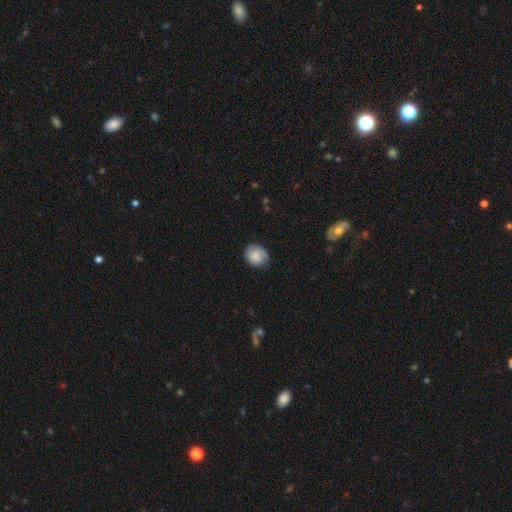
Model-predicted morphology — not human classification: smooth 74%, featured or disk 19%, star or artifact 7%. Down the decision tree: how rounded — round (67%); merging — none (73%).